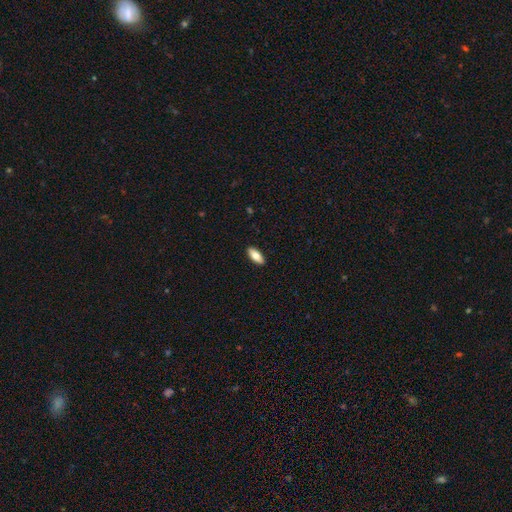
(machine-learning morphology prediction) This appears to be a smooth galaxy with no disk features (74%) that is in between round and cigar-shaped (79%). Merging: none (91%).